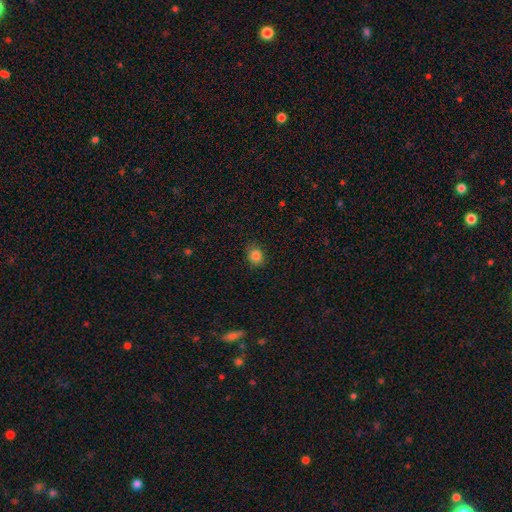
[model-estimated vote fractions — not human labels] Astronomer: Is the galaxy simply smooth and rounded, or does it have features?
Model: smooth — 83%.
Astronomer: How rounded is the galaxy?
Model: round — 69%.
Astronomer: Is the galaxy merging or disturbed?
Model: none — 87%.